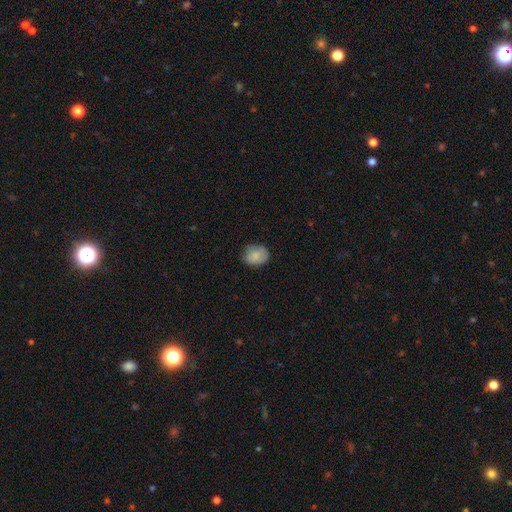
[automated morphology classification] This is clearly a smooth galaxy (82%). How rounded: possibly round (50%). Merging: likely none (76%).